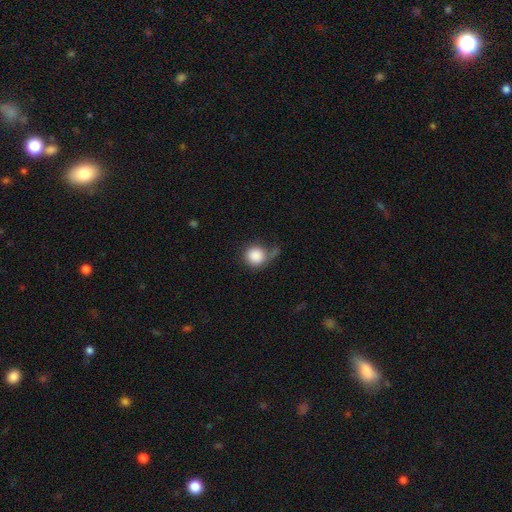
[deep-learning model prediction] This appears to be a smooth galaxy with no disk features (87%) that is round (91%). Merging: none (47%).